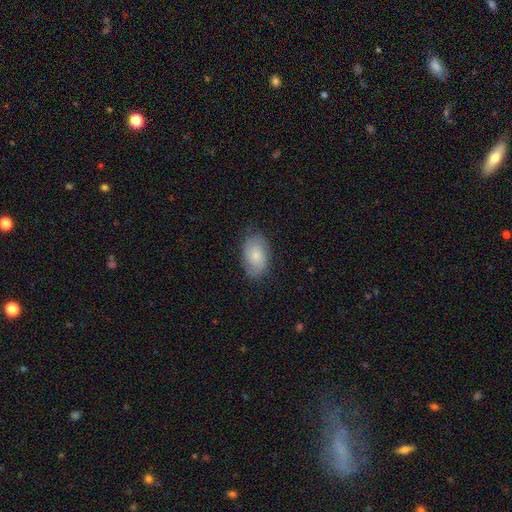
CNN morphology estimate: This is likely a smooth galaxy (66%). How rounded: clearly in between (90%). Merging: likely none (78%).